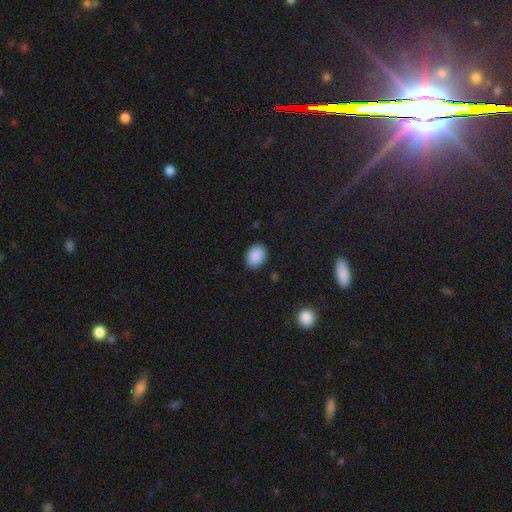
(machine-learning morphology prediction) Smooth or featured? Predicted: smooth (p=0.89). How rounded? Predicted: in between (p=0.70). Merging? Predicted: none (p=0.87).